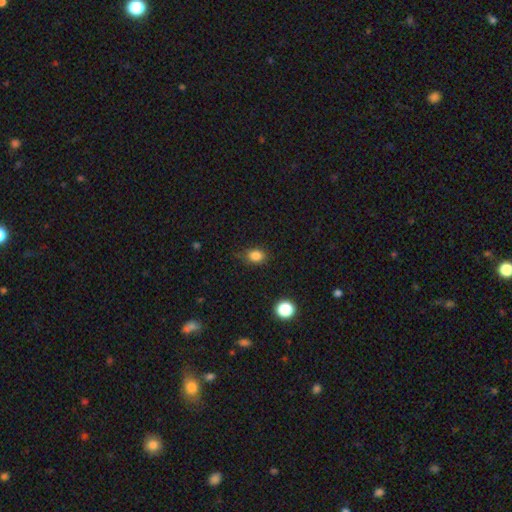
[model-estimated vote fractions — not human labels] A smooth galaxy with no disk features (84%) that is in between round and cigar-shaped (50%).

Vote fractions:
- Smooth or featured? smooth: 84% / star or artifact: 12% / featured or disk: 5%
- How rounded? in between: 50% / round: 49% / cigar-shaped: 1%
- Merging? none: 77% / minor disturbance: 18% / major disturbance: 4% / merger: 2%